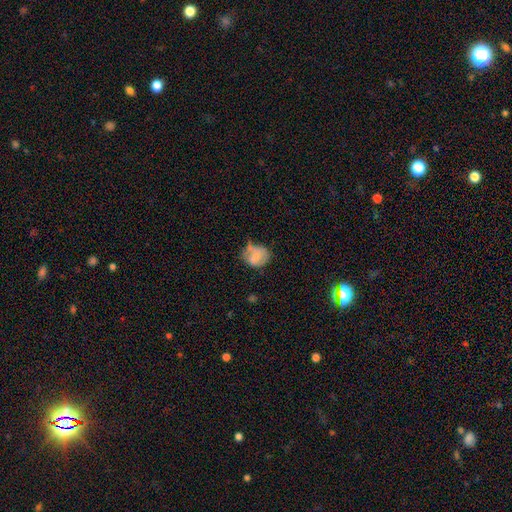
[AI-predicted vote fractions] Smooth or featured: smooth — 67% (featured or disk — 23%)
How rounded: round — 59% (in between — 40%)
Merging: none — 41% (minor disturbance — 35%)